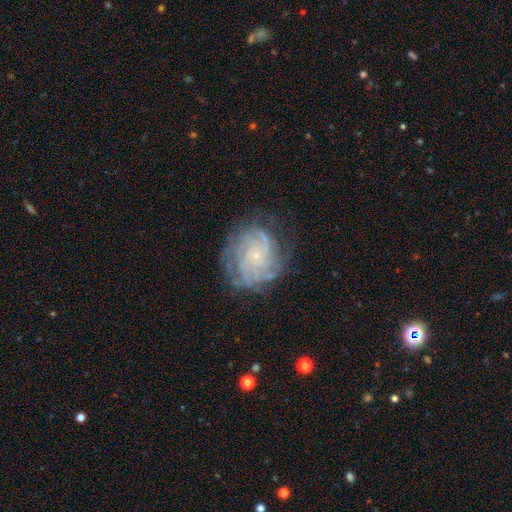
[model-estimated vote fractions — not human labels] This appears to be a featured or disk galaxy (80%) with no bar (78%), tight (70%) spiral arms (94%) and a small central bulge (84%). Merging: none (72%).